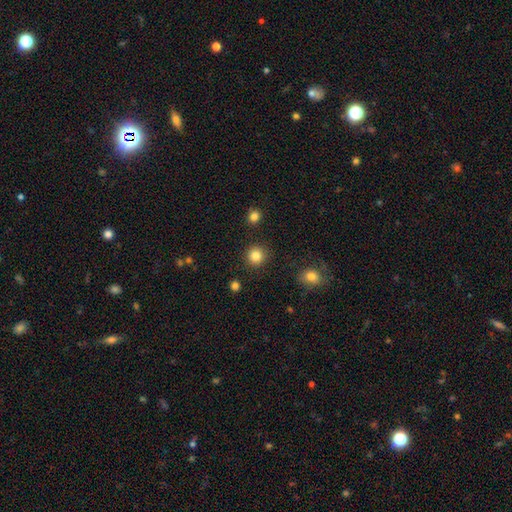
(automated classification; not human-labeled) Smooth or featured? Predicted: smooth (p=0.84). How rounded? Predicted: round (p=0.92). Merging? Predicted: none (p=0.90).